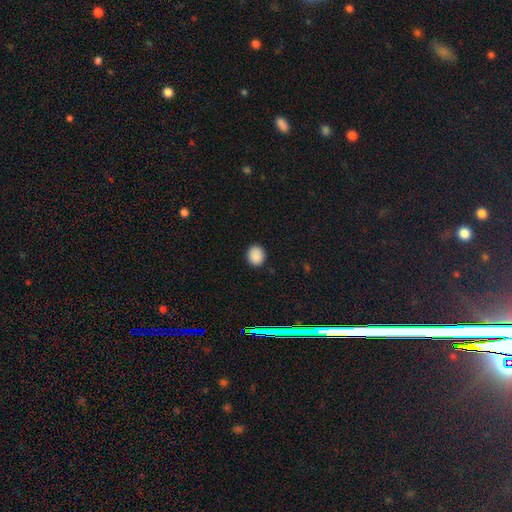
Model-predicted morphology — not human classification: A smooth galaxy with no disk features (87%) that is round (71%).

Vote fractions:
- Smooth or featured? smooth: 87% / star or artifact: 10% / featured or disk: 3%
- How rounded? round: 71% / in between: 28% / cigar-shaped: 1%
- Merging? none: 89% / minor disturbance: 8% / major disturbance: 2% / merger: 1%